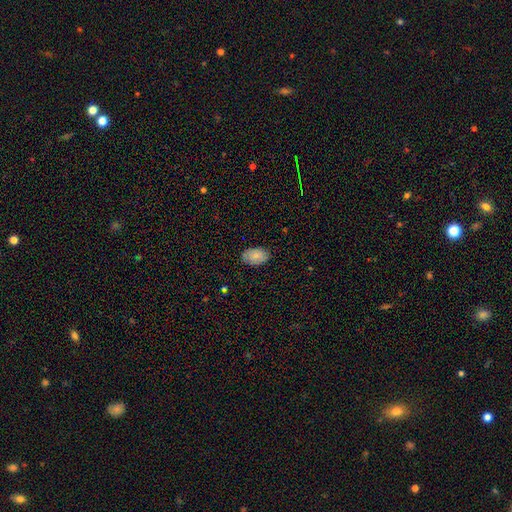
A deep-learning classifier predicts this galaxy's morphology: Smooth or featured: smooth — 81% (featured or disk — 12%)
How rounded: in between — 90% (round — 9%)
Merging: none — 82% (minor disturbance — 14%)